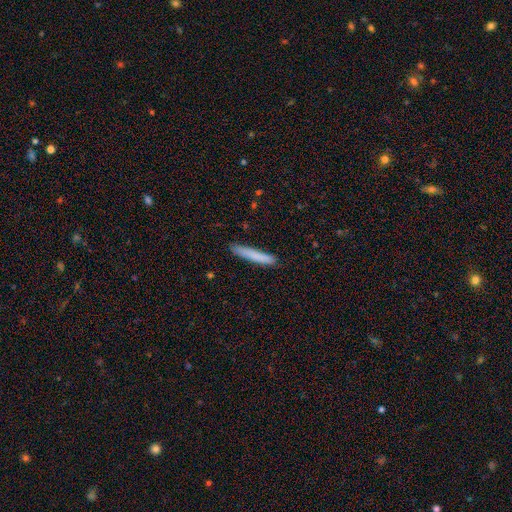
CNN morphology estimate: A smooth galaxy with no disk features (81%) that is cigar-shaped (95%). Merging: none (87%).